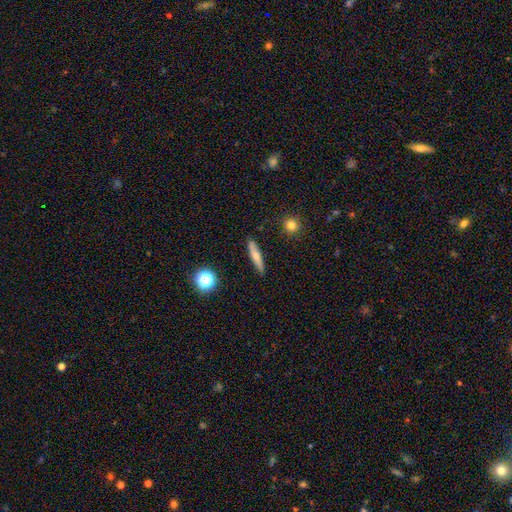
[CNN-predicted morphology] This is likely a smooth galaxy (63%). How rounded: clearly cigar-shaped (86%). Merging: clearly none (88%).